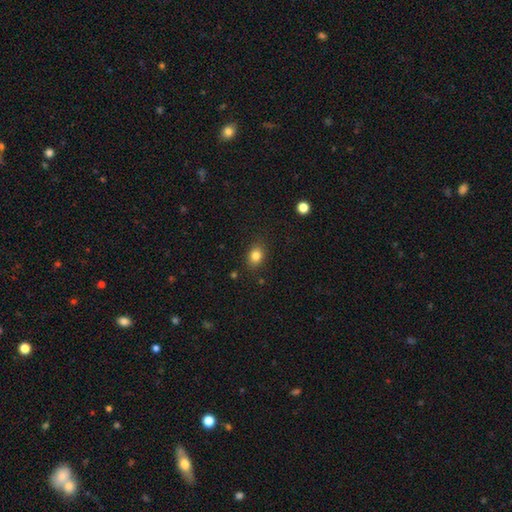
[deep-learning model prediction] This is clearly a smooth galaxy (82%). How rounded: possibly in between (55%). Merging: clearly none (85%).